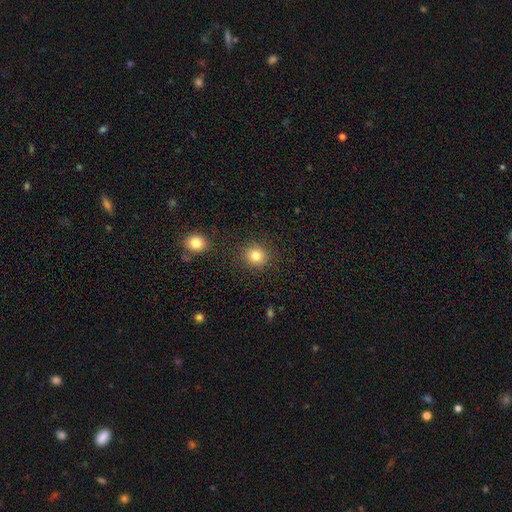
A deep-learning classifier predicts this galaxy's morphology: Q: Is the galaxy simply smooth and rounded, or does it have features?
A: smooth — 83%.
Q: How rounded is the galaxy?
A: round — 89%.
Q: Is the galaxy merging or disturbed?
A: none — 87%.